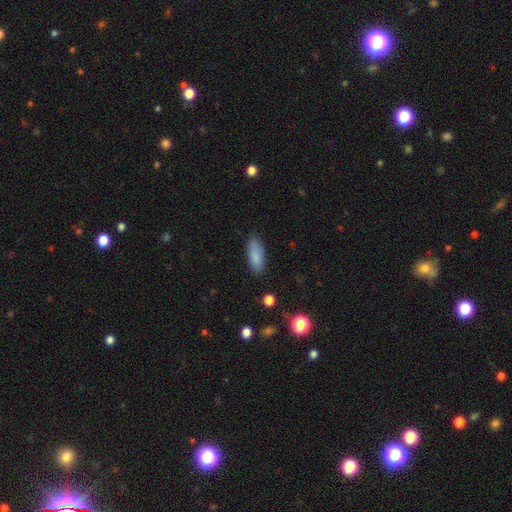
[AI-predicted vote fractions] smooth-or-featured: smooth: 86% | star or artifact: 7% | featured or disk: 7%
  how-rounded: in between: 76% | cigar-shaped: 22% | round: 2%
  merging: none: 82% | minor disturbance: 13% | major disturbance: 3% | merger: 1%